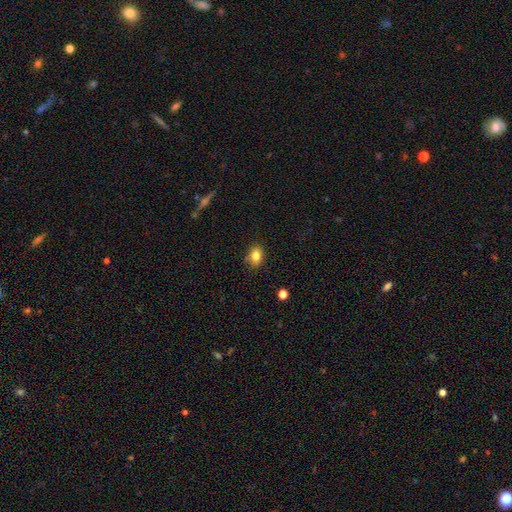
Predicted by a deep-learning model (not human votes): A smooth galaxy with no disk features (82%) that is in between round and cigar-shaped (66%). Merging: none (82%).